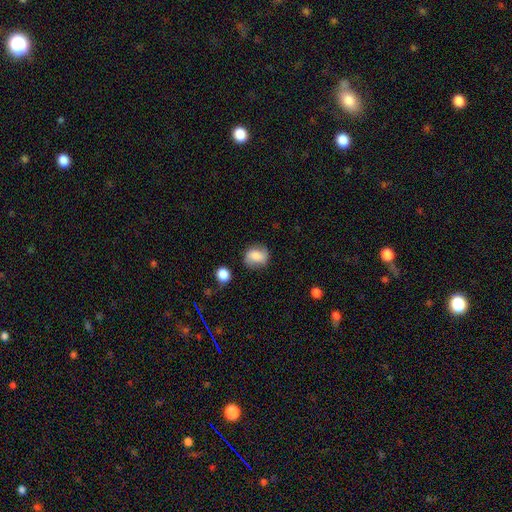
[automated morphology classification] This is likely a smooth galaxy (70%). How rounded: likely round (62%). Merging: likely none (71%).